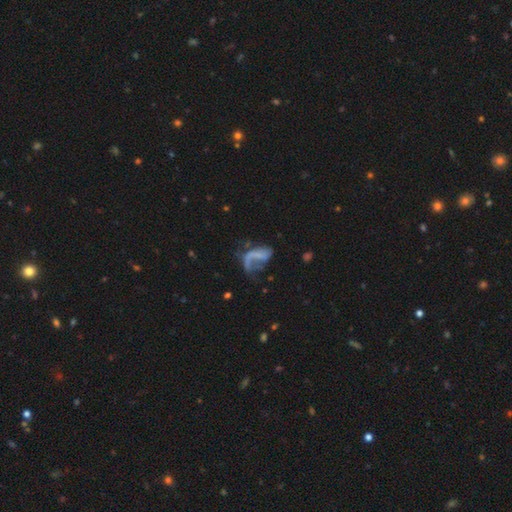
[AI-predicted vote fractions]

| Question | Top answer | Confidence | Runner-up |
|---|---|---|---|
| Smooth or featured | featured or disk | 61% | smooth (27%) |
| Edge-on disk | no | 97% | yes (3%) |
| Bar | no | 67% | weak (22%) |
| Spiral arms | yes | 63% | no (37%) |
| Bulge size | none | 72% | small (18%) |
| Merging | major disturbance | 48% | none (28%) |